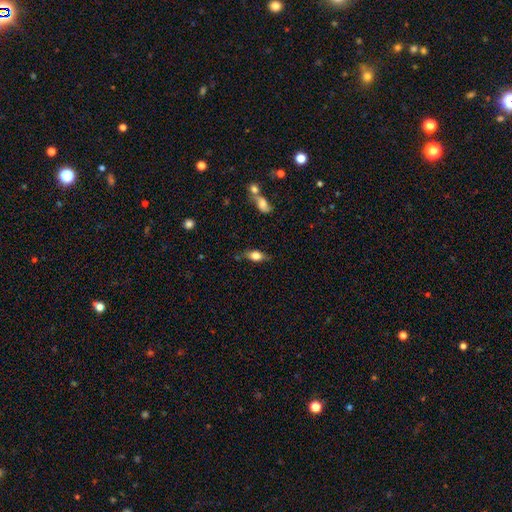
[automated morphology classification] This appears to be a smooth galaxy with no disk features (70%) that is in between round and cigar-shaped (79%). Merging: none (72%).